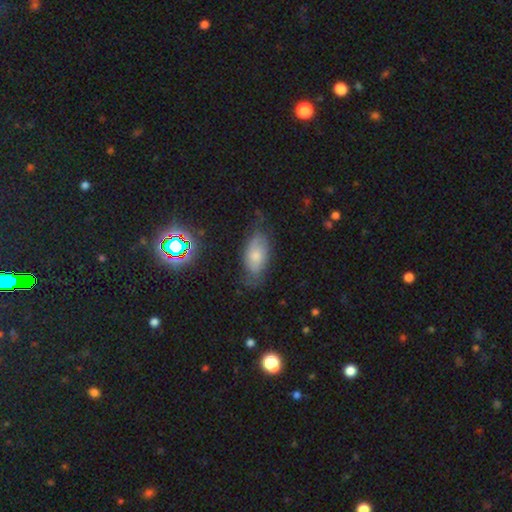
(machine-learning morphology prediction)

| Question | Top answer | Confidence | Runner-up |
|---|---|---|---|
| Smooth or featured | smooth | 55% | featured or disk (33%) |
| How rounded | in between | 90% | cigar-shaped (5%) |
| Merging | none | 60% | minor disturbance (28%) |